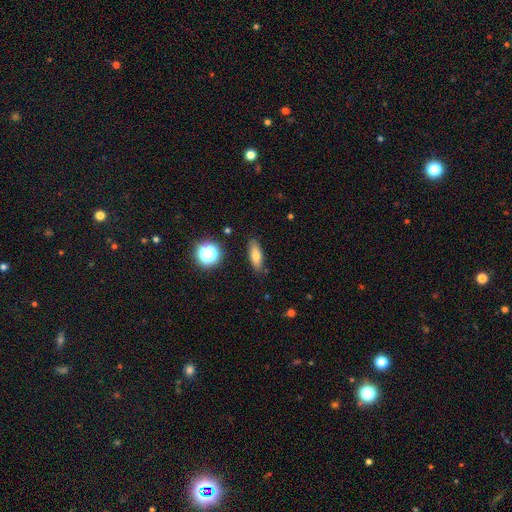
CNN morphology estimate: Overall: smooth (73%). How rounded: in between (63%; cigar-shaped 30%). Merging: none (85%).